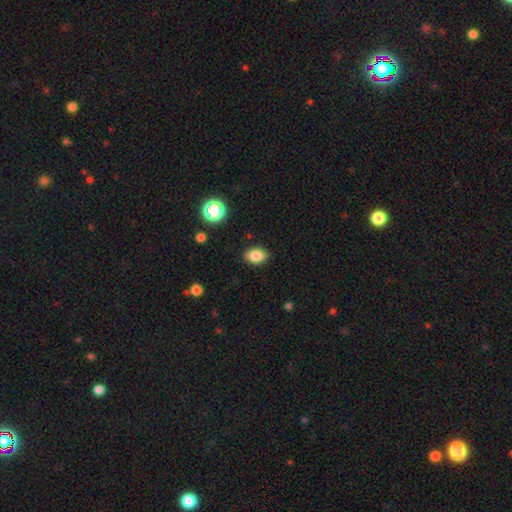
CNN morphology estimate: Smooth or featured? Predicted: smooth (p=0.83). How rounded? Predicted: in between (p=0.79). Merging? Predicted: none (p=0.86).